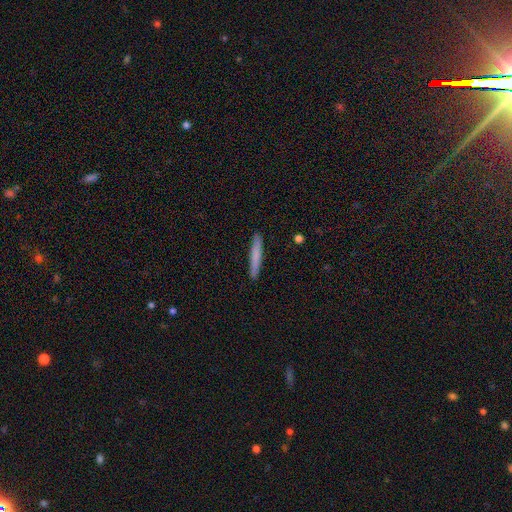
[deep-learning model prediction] Smooth or featured? smooth (77%)
How rounded? cigar-shaped (95%)
Merging? none (91%)